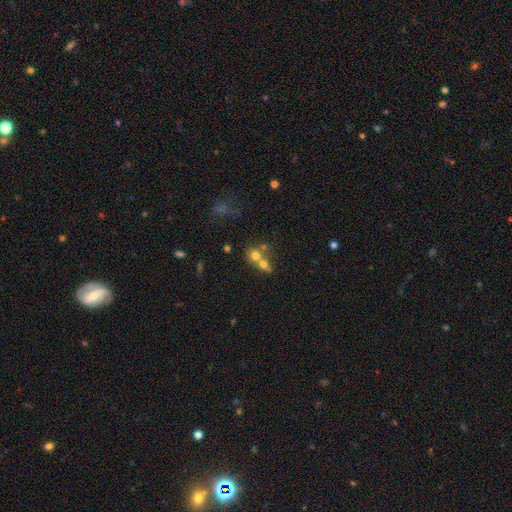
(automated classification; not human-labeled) This appears to be a smooth galaxy with no disk features (65%) that is round (75%). Merging: merger (60%).